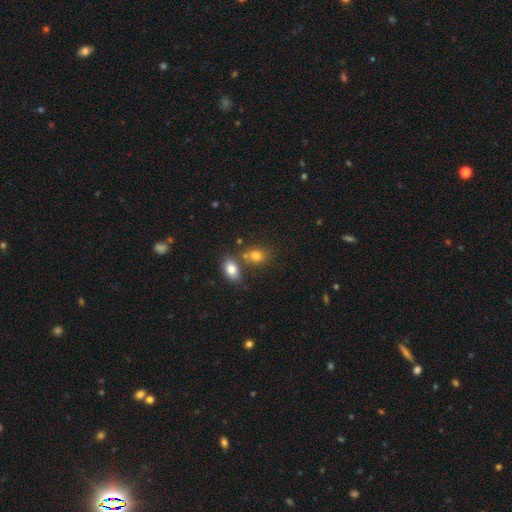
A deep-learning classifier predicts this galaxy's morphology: The model was most divided on "merging": none: 53%, merger: 31%, minor disturbance: 12%, major disturbance: 4%. More confident: smooth or featured — smooth (79%); how rounded — in between (62%).